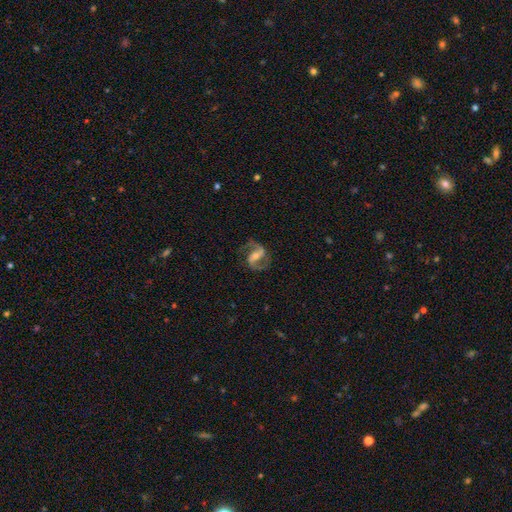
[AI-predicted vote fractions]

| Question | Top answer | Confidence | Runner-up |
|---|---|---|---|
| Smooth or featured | featured or disk | 90% | star or artifact (5%) |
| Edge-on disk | no | 98% | yes (2%) |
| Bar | strong | 46% | weak (38%) |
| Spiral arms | yes | 97% | no (3%) |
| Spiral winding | medium | 60% | loose (27%) |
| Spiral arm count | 2 | 94% | can't tell (2%) |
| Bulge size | moderate | 49% | small (44%) |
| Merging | none | 81% | minor disturbance (12%) |